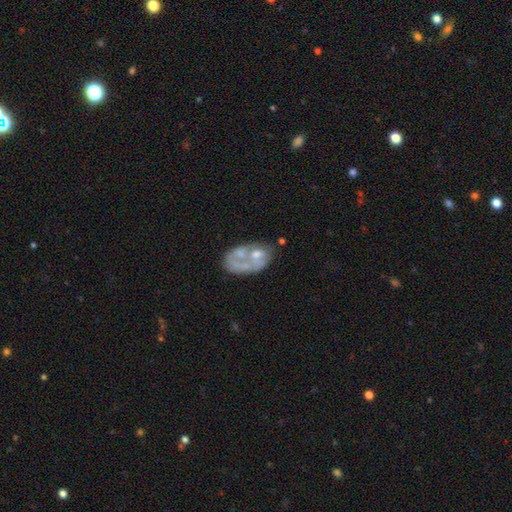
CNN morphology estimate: A featured or disk galaxy (50%). Merging: none (41%).